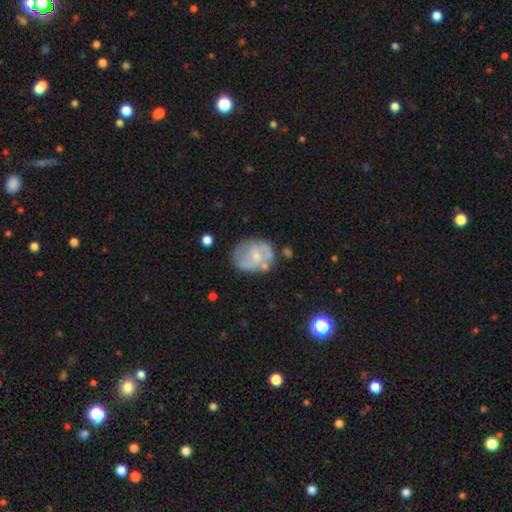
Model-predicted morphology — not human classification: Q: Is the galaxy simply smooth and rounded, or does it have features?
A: featured or disk — 60%.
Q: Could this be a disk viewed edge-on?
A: no — 97%.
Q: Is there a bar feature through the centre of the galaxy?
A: no — 56%.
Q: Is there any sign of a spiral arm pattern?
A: yes — 77%.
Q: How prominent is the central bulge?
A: small — 60%.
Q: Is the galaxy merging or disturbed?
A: none — 61%.